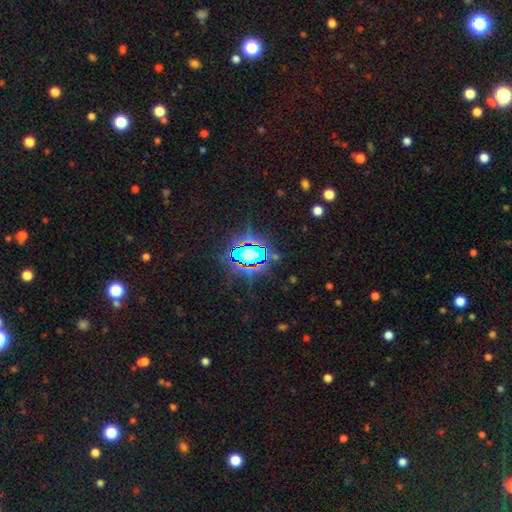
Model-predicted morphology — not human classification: This appears to be a star or artifact, not a galaxy (77%).